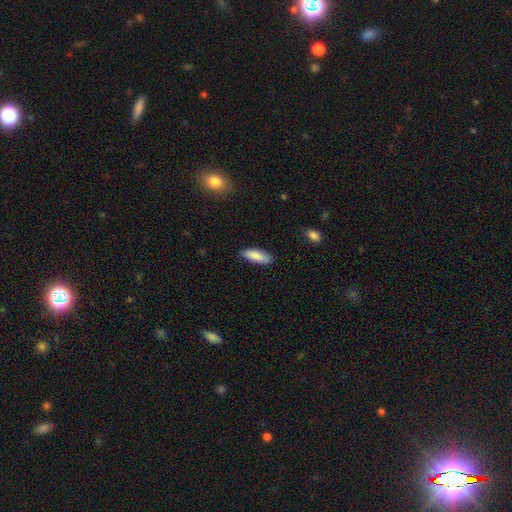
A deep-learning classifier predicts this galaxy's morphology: smooth 88%, featured or disk 6%, star or artifact 6%. Down the decision tree: how rounded — in between (62%); merging — none (86%).